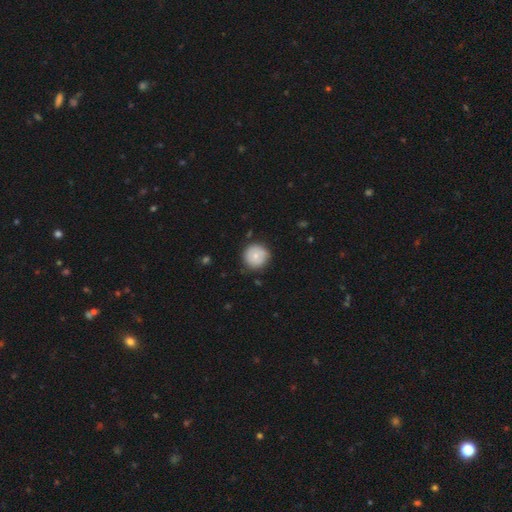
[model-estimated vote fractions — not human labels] This is likely a smooth galaxy (68%). How rounded: clearly round (94%). Merging: likely none (79%).